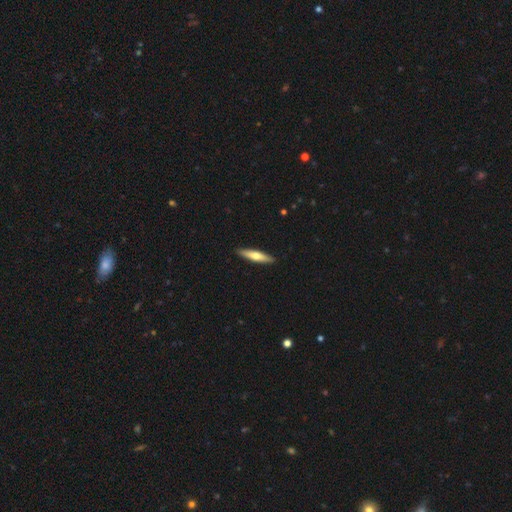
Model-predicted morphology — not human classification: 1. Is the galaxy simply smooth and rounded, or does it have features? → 55% smooth, 40% featured or disk, 5% star or artifact.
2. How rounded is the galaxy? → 86% cigar-shaped, 13% in between, 1% round.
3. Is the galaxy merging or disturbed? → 91% none, 6% minor disturbance, 1% major disturbance, 1% merger.